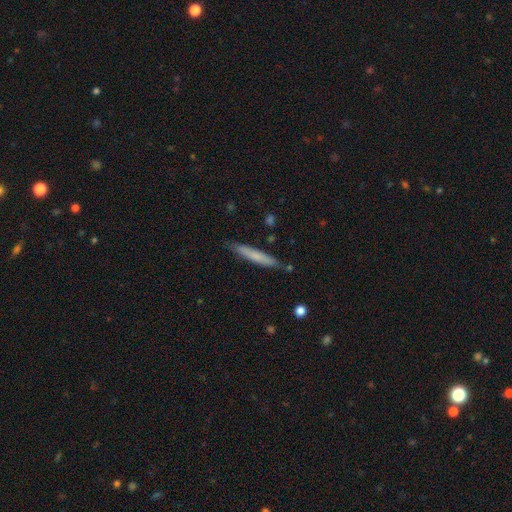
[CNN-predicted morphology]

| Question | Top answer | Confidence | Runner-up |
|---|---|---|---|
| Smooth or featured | smooth | 68% | featured or disk (27%) |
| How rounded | cigar-shaped | 94% | in between (5%) |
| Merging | none | 83% | minor disturbance (13%) |